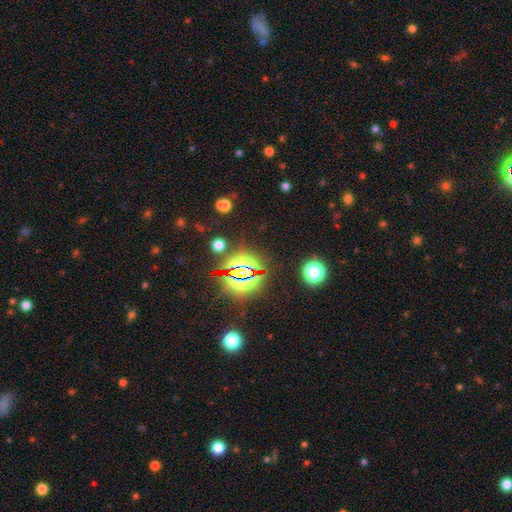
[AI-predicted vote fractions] smooth-or-featured: star or artifact: 83% | smooth: 10% | featured or disk: 7%